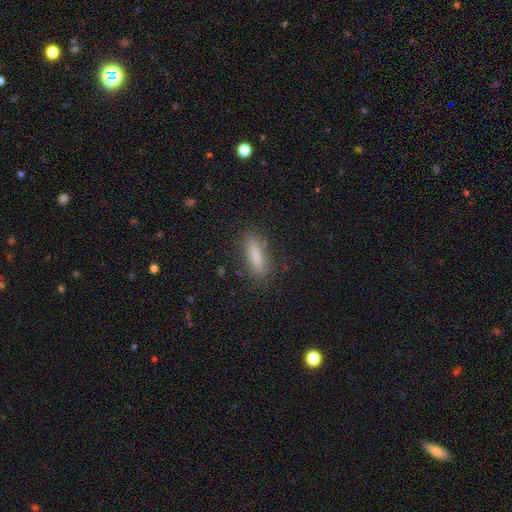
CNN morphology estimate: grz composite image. It shows a smooth galaxy with no disk features (80%) that is cigar-shaped (50%). Merging: none (83%).